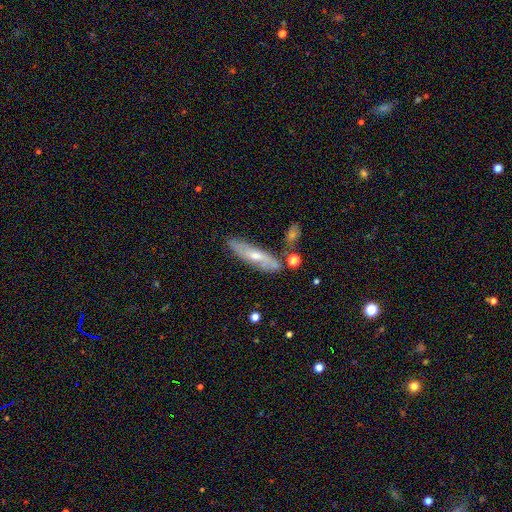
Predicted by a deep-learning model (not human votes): Smooth or featured: featured or disk — 58% (smooth — 34%)
Edge-on disk: no — 56% (yes — 44%)
Merging: none — 75% (minor disturbance — 15%)